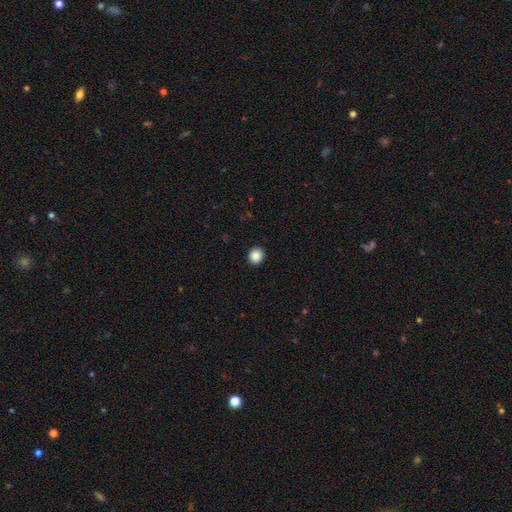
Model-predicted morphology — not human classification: Smooth or featured: smooth — 87% (star or artifact — 9%)
How rounded: round — 83% (in between — 16%)
Merging: none — 92% (minor disturbance — 5%)